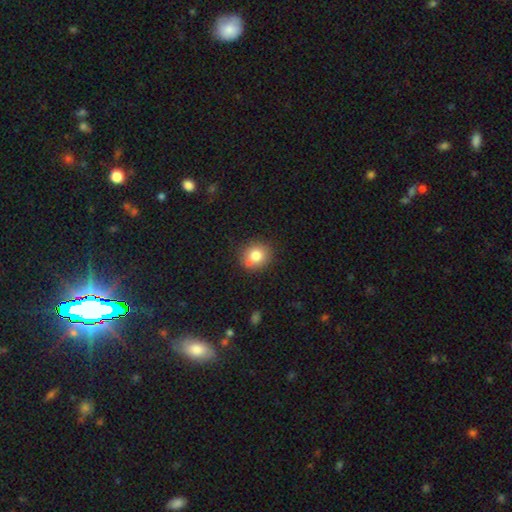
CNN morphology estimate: Smooth or featured? Predicted: smooth (p=0.79). How rounded? Predicted: round (p=0.85). Merging? Predicted: none (p=0.75).